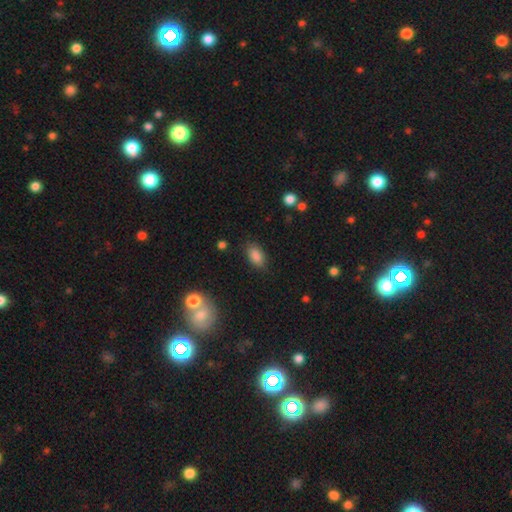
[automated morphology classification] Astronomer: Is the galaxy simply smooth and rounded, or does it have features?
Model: smooth — 86%.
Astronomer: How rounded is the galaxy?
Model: in between — 91%.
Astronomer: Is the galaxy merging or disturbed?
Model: none — 82%.